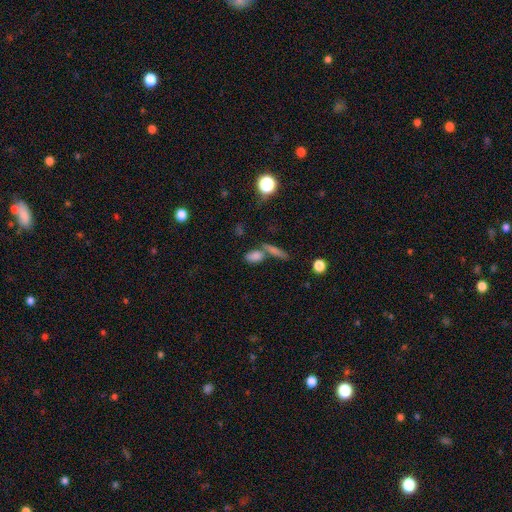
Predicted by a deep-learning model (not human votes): A smooth galaxy with no disk features (77%) that is in between round and cigar-shaped (71%).

Vote fractions:
- Smooth or featured? smooth: 77% / star or artifact: 12% / featured or disk: 12%
- How rounded? in between: 71% / cigar-shaped: 19% / round: 10%
- Merging? none: 49% / merger: 36% / minor disturbance: 10% / major disturbance: 5%